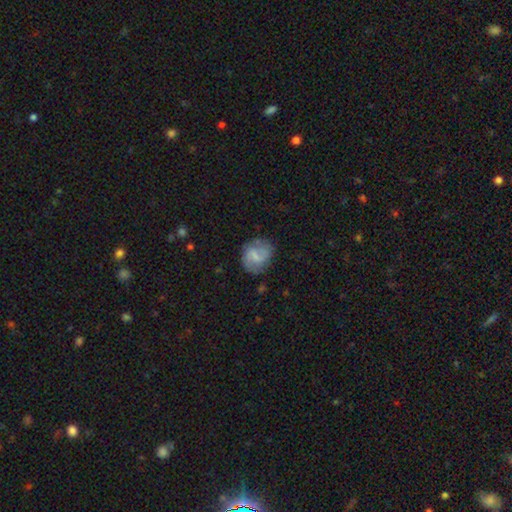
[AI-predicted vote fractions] Q: Smooth or featured?
A: smooth (48%); runner-up: featured or disk (45%)
Q: Merging?
A: none (66%); runner-up: minor disturbance (22%)